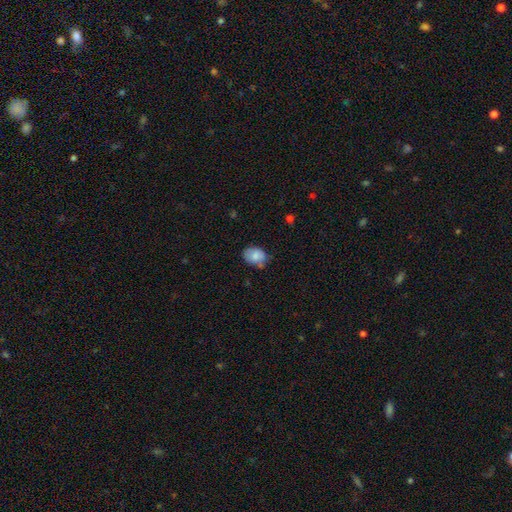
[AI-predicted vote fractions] Smooth or featured? smooth (78%)
How rounded? in between (74%)
Merging? none (61%)